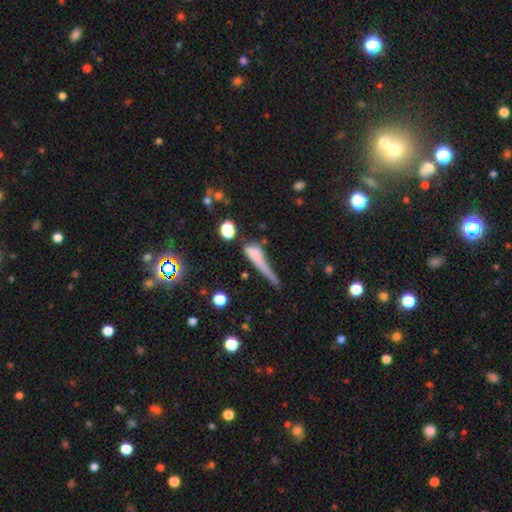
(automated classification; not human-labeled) smooth_or_featured: smooth (p=0.60) [alt: featured or disk p=0.27]
how_rounded: cigar-shaped (p=0.68) [alt: in between p=0.22]
merging: none (p=0.30) [alt: major disturbance p=0.29]